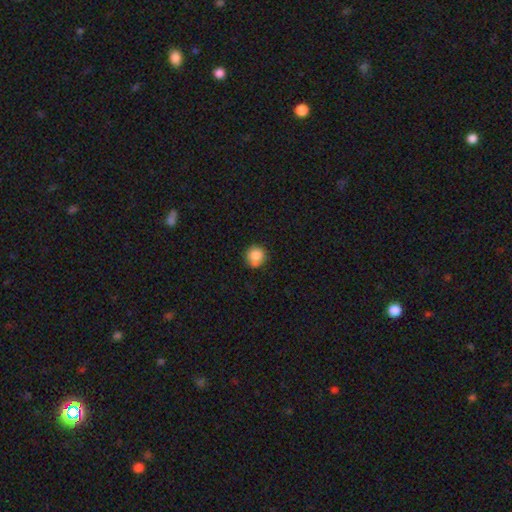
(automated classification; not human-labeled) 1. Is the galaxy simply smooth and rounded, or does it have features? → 83% smooth, 9% star or artifact, 8% featured or disk.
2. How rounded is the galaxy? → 91% round, 8% in between, 1% cigar-shaped.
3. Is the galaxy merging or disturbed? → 69% none, 17% minor disturbance, 10% merger, 4% major disturbance.